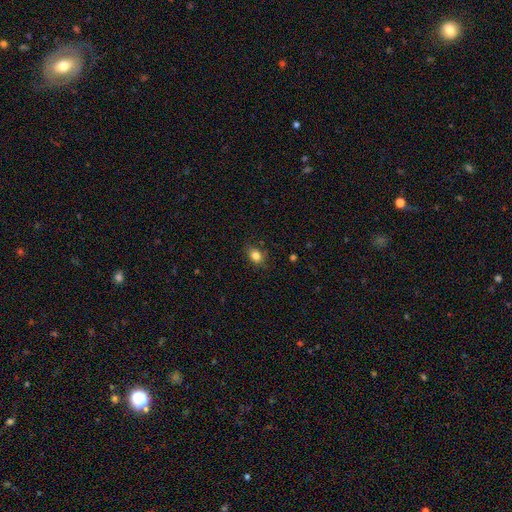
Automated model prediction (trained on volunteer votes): Smooth or featured? smooth (83%)
How rounded? in between (63%)
Merging? none (82%)